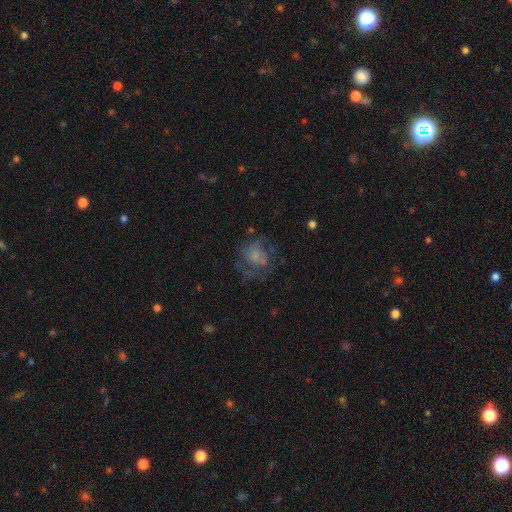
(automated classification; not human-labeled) Q: Smooth or featured?
A: smooth (44%); tied with: featured or disk (44%)
Q: Merging?
A: none (49%); runner-up: major disturbance (27%)